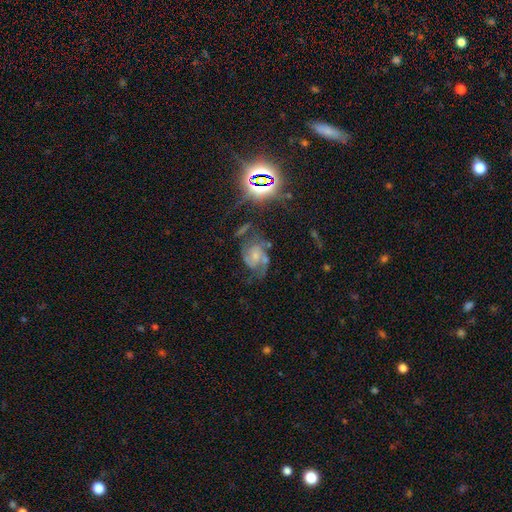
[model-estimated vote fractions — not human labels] smooth_or_featured: featured or disk (p=0.67) [alt: star or artifact p=0.17]
disk_edge_on: no (p=0.97) [alt: yes p=0.03]
bar: no (p=0.66) [alt: weak p=0.27]
has_spiral_arms: yes (p=0.88) [alt: no p=0.12]
spiral_winding: medium (p=0.49) [alt: tight p=0.26]
spiral_arm_count: 2 (p=0.69) [alt: can't tell p=0.15]
bulge_size: small (p=0.57) [alt: moderate p=0.30]
merging: none (p=0.41) [alt: major disturbance p=0.25]